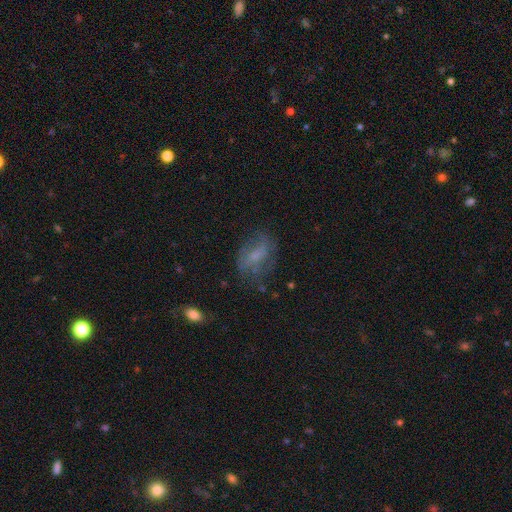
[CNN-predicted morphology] smooth-or-featured: smooth: 47% | featured or disk: 42% | star or artifact: 12%
  merging: none: 57% | minor disturbance: 23% | major disturbance: 17% | merger: 2%